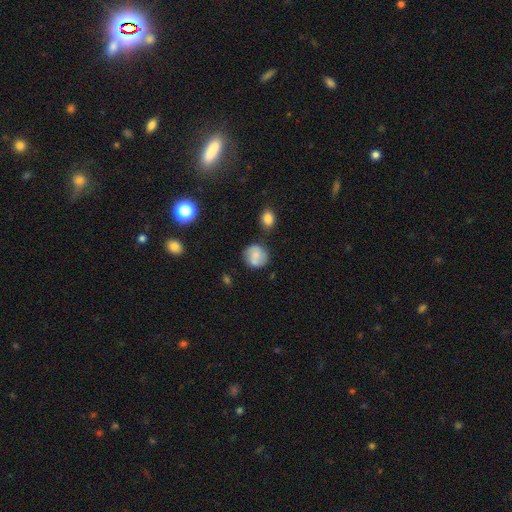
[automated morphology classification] This appears to be a smooth galaxy with no disk features (57%) that is round (84%). Merging: none (67%).